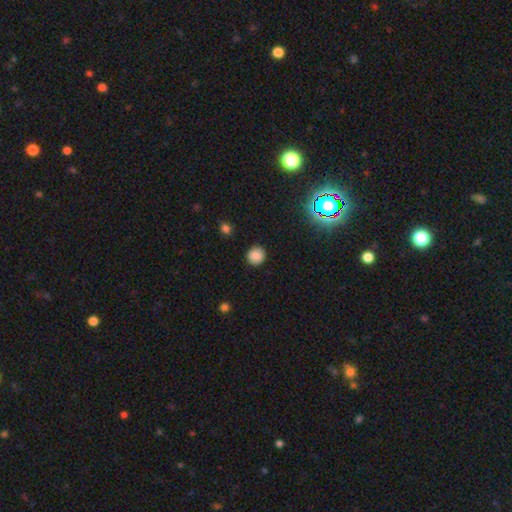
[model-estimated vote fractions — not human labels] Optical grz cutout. It shows a smooth galaxy with no disk features (85%) that is round (93%). Merging: none (91%).